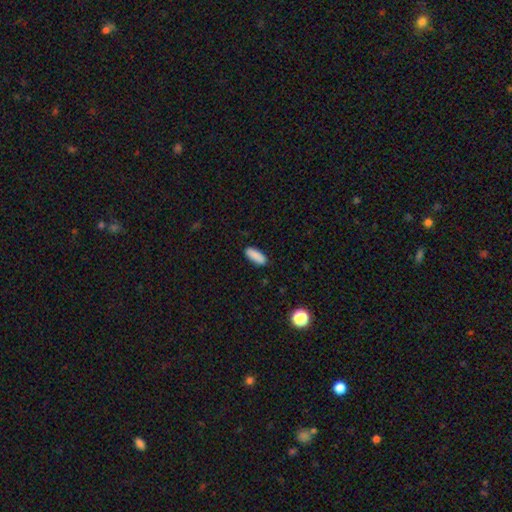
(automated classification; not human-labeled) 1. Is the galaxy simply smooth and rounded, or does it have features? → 89% smooth, 7% star or artifact, 4% featured or disk.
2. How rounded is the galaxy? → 71% in between, 27% cigar-shaped, 2% round.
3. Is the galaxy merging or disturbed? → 88% none, 9% minor disturbance, 2% major disturbance, 1% merger.